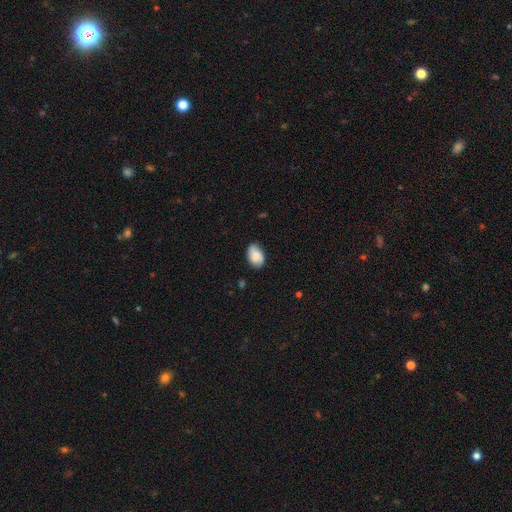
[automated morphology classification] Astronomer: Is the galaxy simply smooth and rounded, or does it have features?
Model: smooth — 77%.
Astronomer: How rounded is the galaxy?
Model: in between — 88%.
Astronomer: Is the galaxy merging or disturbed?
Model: none — 74%.